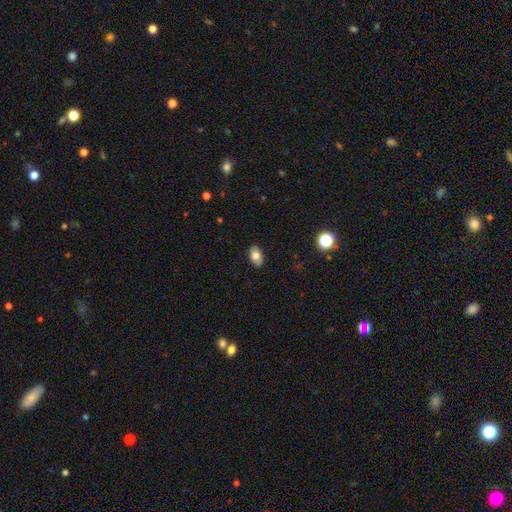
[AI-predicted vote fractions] The model was most divided on "smooth or featured": smooth: 77%, featured or disk: 14%, star or artifact: 9%. More confident: how rounded — in between (90%); merging — none (88%).